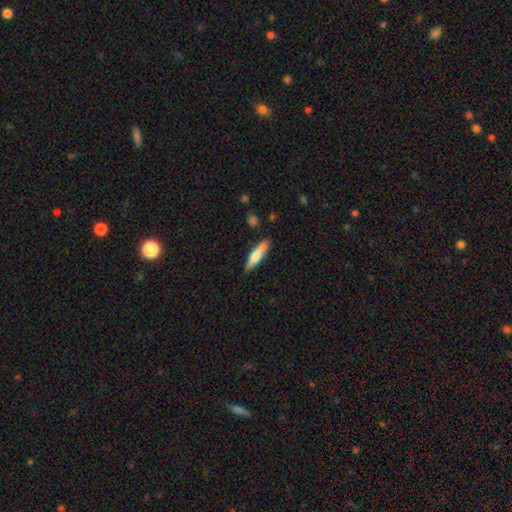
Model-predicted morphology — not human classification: This is likely a smooth galaxy (61%). How rounded: likely cigar-shaped (80%). Merging: likely none (79%).